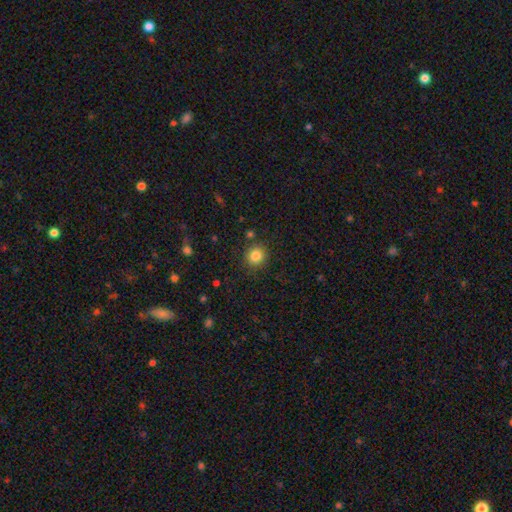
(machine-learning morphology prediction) smooth_or_featured: smooth (p=0.84) [alt: star or artifact p=0.11]
how_rounded: round (p=0.90) [alt: in between p=0.09]
merging: none (p=0.86) [alt: minor disturbance p=0.08]